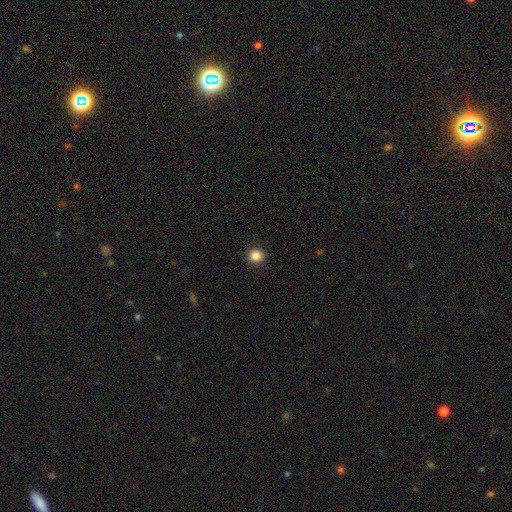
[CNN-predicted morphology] A smooth galaxy with no disk features (86%) that is round (93%).

Vote fractions:
- Smooth or featured? smooth: 86% / star or artifact: 11% / featured or disk: 4%
- How rounded? round: 93% / in between: 6% / cigar-shaped: 1%
- Merging? none: 92% / minor disturbance: 5% / major disturbance: 2% / merger: 1%